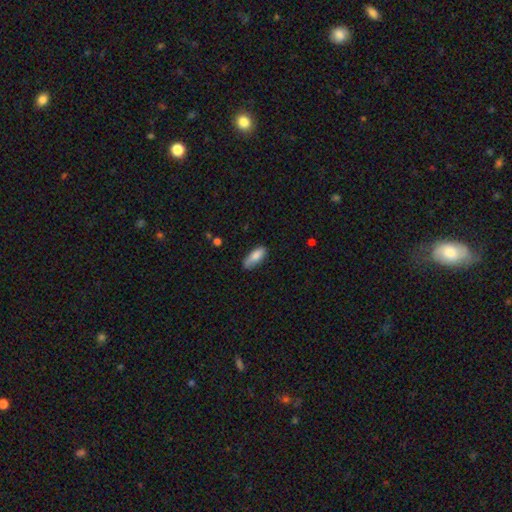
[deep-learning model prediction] The model was most divided on "merging": none: 66%, minor disturbance: 27%, major disturbance: 5%, merger: 2%. More confident: smooth or featured — smooth (84%); how rounded — in between (77%).